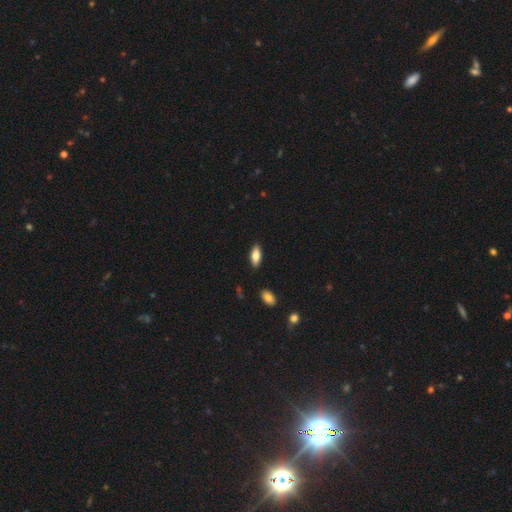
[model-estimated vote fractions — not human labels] smooth-or-featured: smooth: 77% | featured or disk: 17% | star or artifact: 6%
  how-rounded: in between: 79% | cigar-shaped: 19% | round: 2%
  merging: none: 87% | minor disturbance: 9% | major disturbance: 2% | merger: 1%